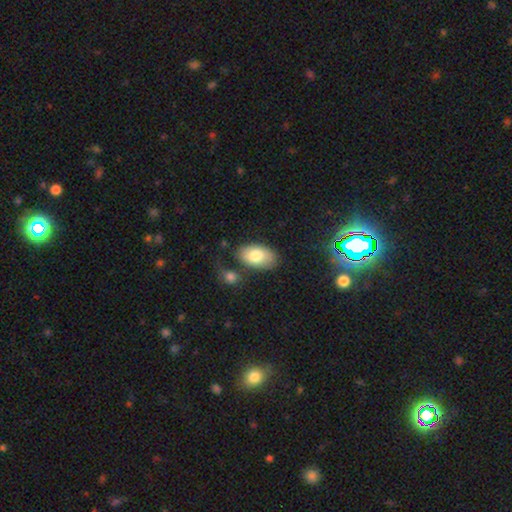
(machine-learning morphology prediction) Overall: smooth (79%). How rounded: in between (94%). Merging: none (70%).